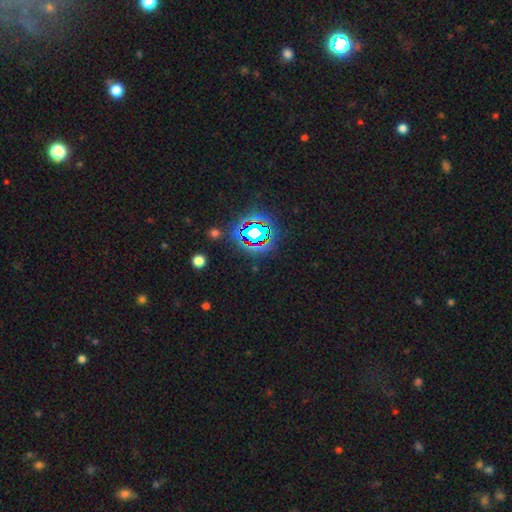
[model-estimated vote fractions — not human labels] Overall: star or artifact (80%).